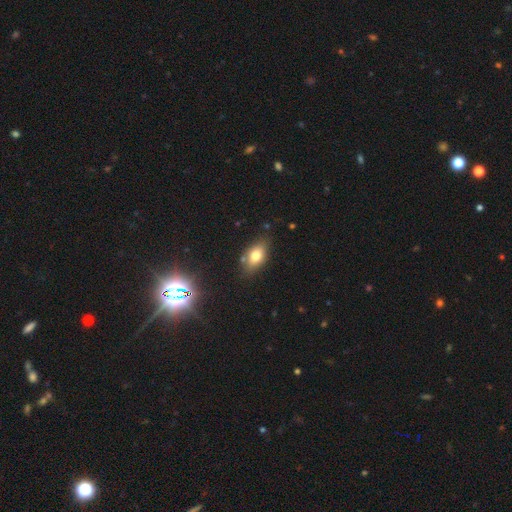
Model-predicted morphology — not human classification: smooth-or-featured: smooth: 74% | featured or disk: 15% | star or artifact: 11%
  how-rounded: in between: 85% | round: 11% | cigar-shaped: 5%
  merging: none: 77% | minor disturbance: 15% | merger: 5% | major disturbance: 3%